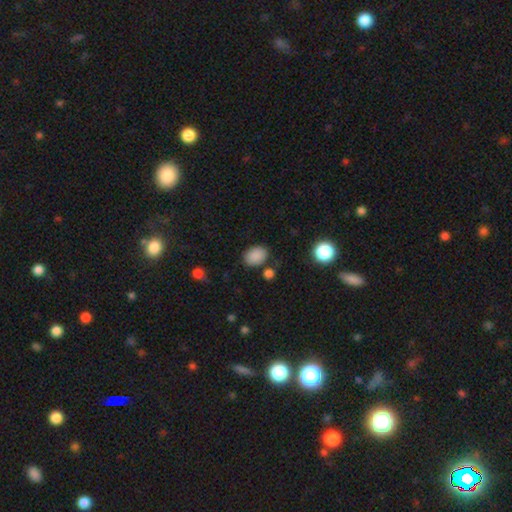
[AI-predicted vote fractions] The model was most divided on "how rounded": in between: 76%, round: 23%, cigar-shaped: 1%. More confident: smooth or featured — smooth (87%); merging — none (79%).